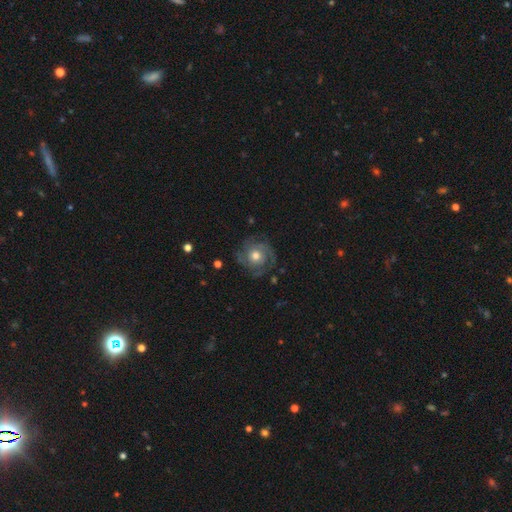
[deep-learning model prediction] Smooth or featured?
  - featured or disk: 77% *
  - smooth: 16%
  - star or artifact: 7%
Edge-on disk?
  - no: 98% *
  - yes: 2%
Bar?
  - no: 82% *
  - weak: 15%
  - strong: 3%
Spiral arms?
  - yes: 92% *
  - no: 8%
Spiral winding?
  - tight: 60% *
  - medium: 32%
  - loose: 8%
Spiral arm count?
  - 2: 29% *
  - 3: 28%
  - can't tell: 23%
  - 4: 8%
  - 1: 6%
  - more than 4: 6%
Bulge size?
  - moderate: 72% *
  - large: 16%
  - small: 9%
  - dominant: 1%
  - none: 1%
Merging?
  - none: 77% *
  - minor disturbance: 14%
  - major disturbance: 7%
  - merger: 1%